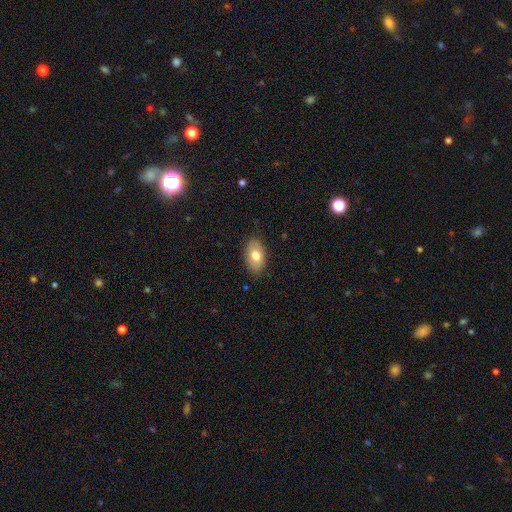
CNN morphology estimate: This is likely a smooth galaxy (74%). How rounded: clearly in between (91%). Merging: clearly none (84%).